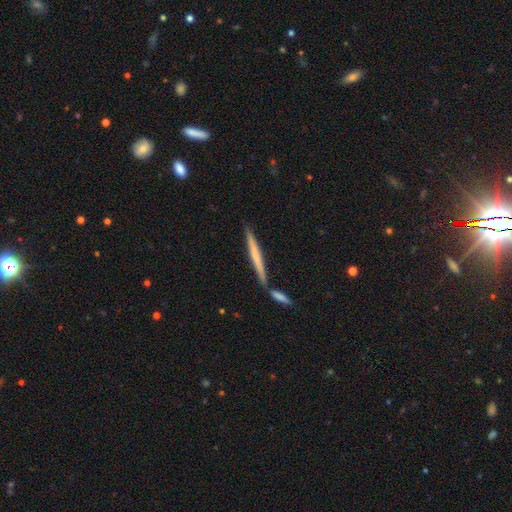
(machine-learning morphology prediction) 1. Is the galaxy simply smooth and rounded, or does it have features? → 51% smooth, 44% featured or disk, 6% star or artifact.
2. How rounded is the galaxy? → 96% cigar-shaped, 3% in between, 1% round.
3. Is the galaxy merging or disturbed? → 74% none, 14% merger, 9% minor disturbance, 2% major disturbance.